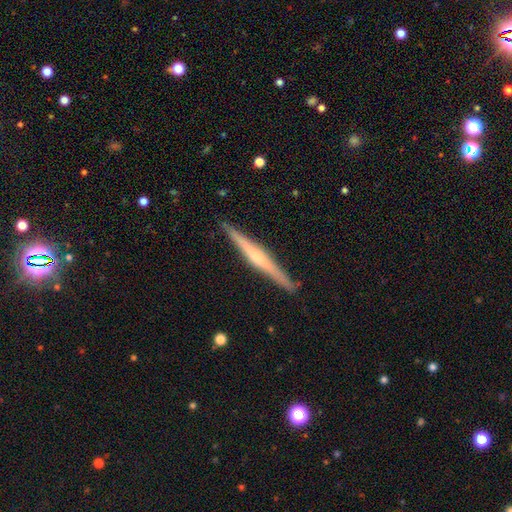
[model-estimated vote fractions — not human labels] This is likely a featured or disk galaxy (69%). It is clearly viewed edge-on (98%). Edge-on bulge: likely rounded (61%). Merging: clearly none (90%).